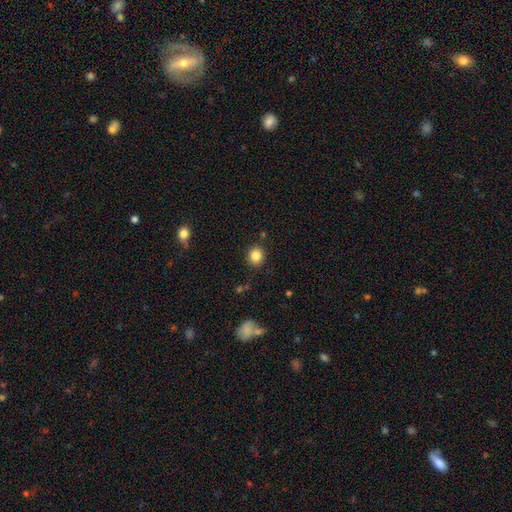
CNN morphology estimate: Overall: smooth (84%). How rounded: round (75%). Merging: none (87%).